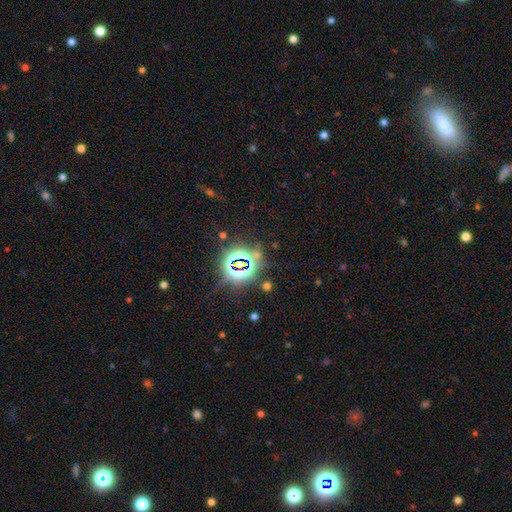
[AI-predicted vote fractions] star or artifact 77%, smooth 15%, featured or disk 8%.